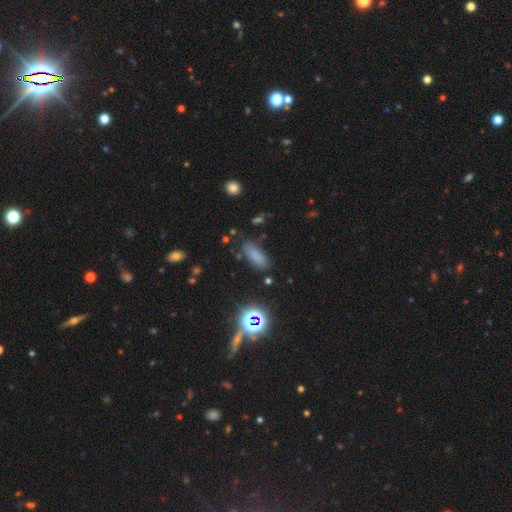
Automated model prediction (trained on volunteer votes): This is likely a smooth galaxy (75%). How rounded: likely in between (69%). Merging: likely none (76%).